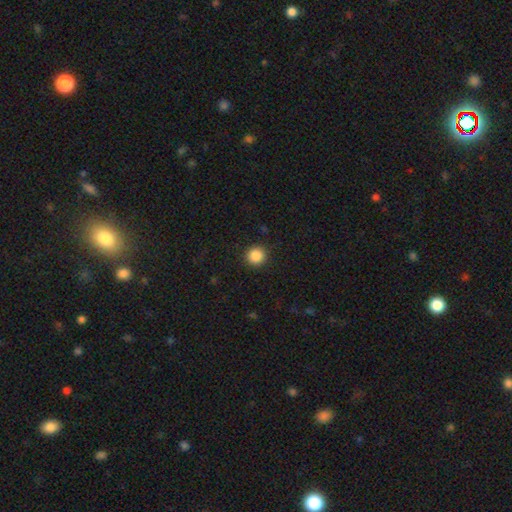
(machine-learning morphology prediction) This appears to be a smooth galaxy with no disk features (87%) that is round (94%). Merging: none (91%).